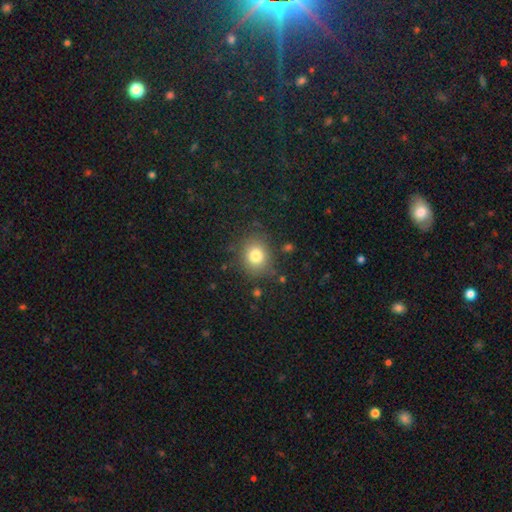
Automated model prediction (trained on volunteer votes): Smooth or featured: smooth — 79% (star or artifact — 13%)
How rounded: round — 75% (in between — 25%)
Merging: none — 83% (minor disturbance — 11%)